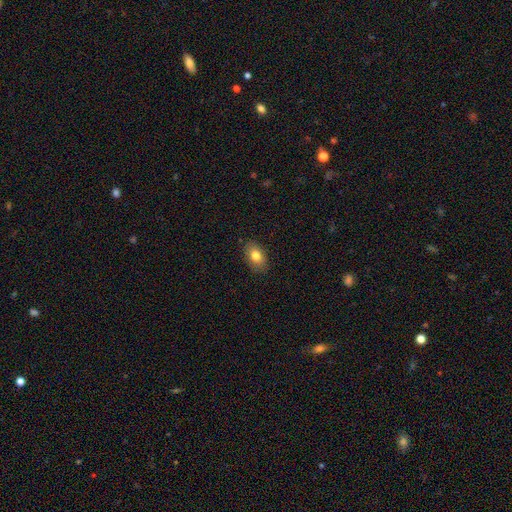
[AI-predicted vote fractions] Smooth or featured? Predicted: smooth (p=0.80). How rounded? Predicted: in between (p=0.87). Merging? Predicted: none (p=0.87).